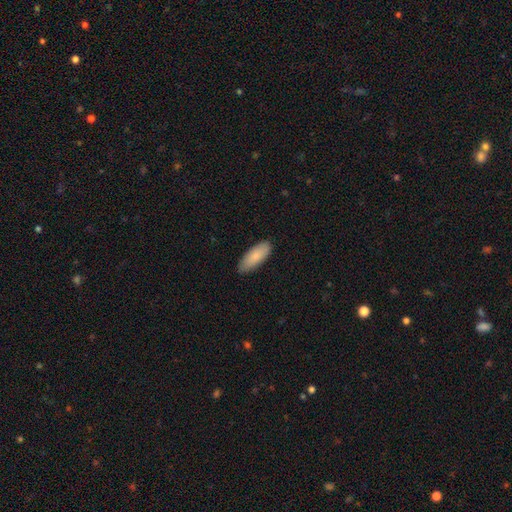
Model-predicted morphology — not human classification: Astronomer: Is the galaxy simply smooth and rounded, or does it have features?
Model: smooth — 85%.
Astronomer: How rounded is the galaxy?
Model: in between — 74%.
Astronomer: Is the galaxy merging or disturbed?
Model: none — 86%.